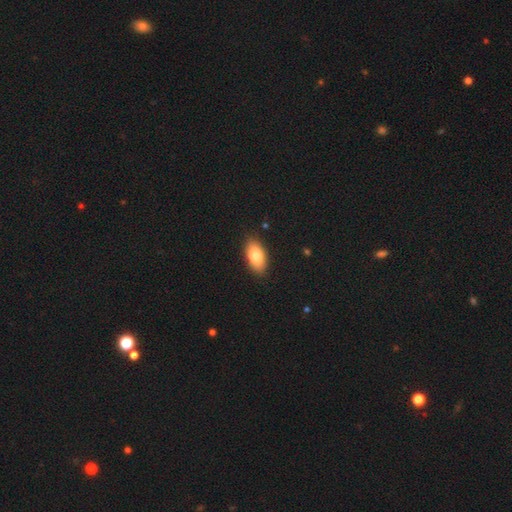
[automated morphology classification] The model was most divided on "smooth or featured": smooth: 79%, featured or disk: 14%, star or artifact: 7%. More confident: how rounded — in between (92%); merging — none (88%).